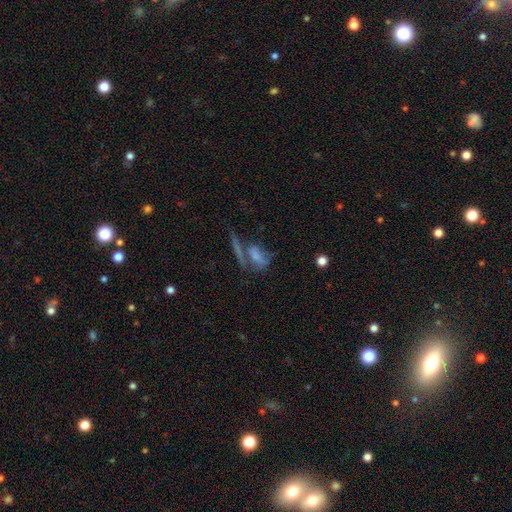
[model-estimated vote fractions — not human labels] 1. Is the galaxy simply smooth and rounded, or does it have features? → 52% smooth, 35% featured or disk, 14% star or artifact.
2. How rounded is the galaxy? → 62% in between, 21% cigar-shaped, 17% round.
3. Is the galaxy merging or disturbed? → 35% merger, 34% none, 16% major disturbance, 14% minor disturbance.